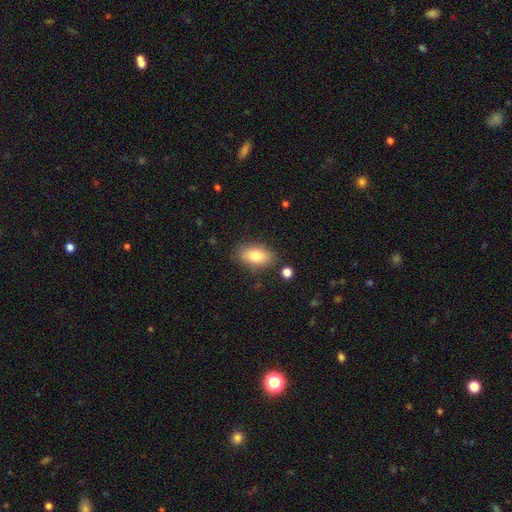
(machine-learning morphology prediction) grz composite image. It shows a smooth galaxy with no disk features (81%) that is in between round and cigar-shaped (90%). Merging: none (81%).